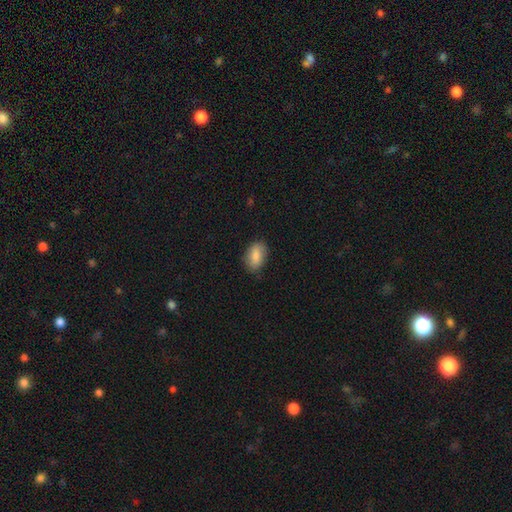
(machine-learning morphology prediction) Smooth or featured? smooth (83%)
How rounded? in between (88%)
Merging? none (81%)